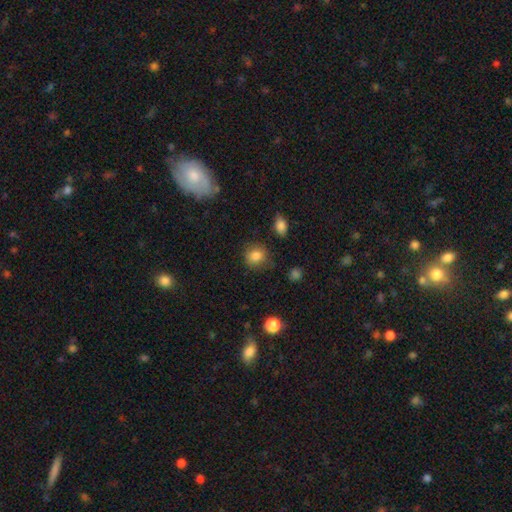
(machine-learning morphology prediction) A smooth galaxy with no disk features (84%) that is round (80%).

Vote fractions:
- Smooth or featured? smooth: 84% / star or artifact: 10% / featured or disk: 6%
- How rounded? round: 80% / in between: 19% / cigar-shaped: 1%
- Merging? none: 80% / minor disturbance: 14% / major disturbance: 4% / merger: 2%